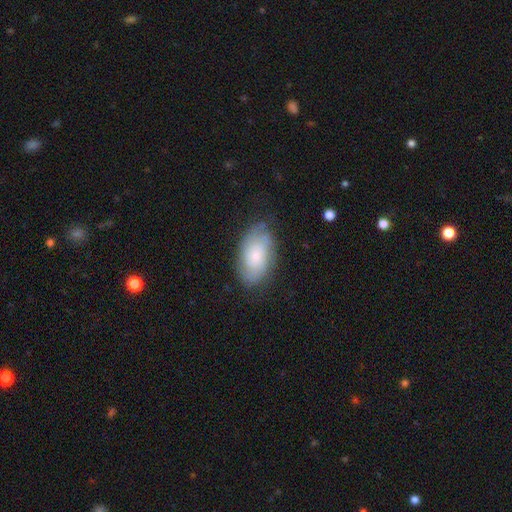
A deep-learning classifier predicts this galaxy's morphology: Smooth or featured? featured or disk (56%)
Edge-on disk? no (95%)
Bar? no (79%)
Spiral arms? yes (84%)
Bulge size? small (65%)
Merging? none (72%)